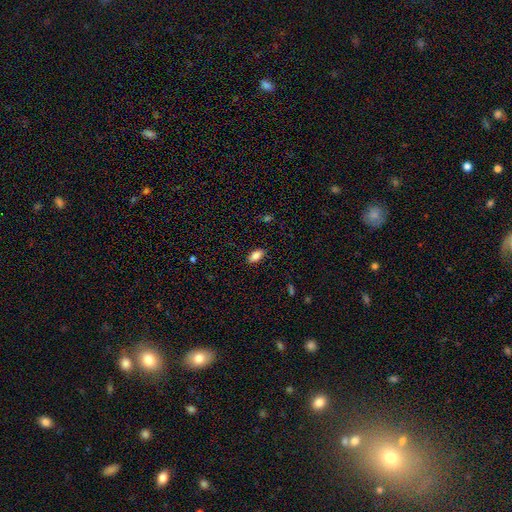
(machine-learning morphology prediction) Smooth or featured?
  - smooth: 86% *
  - star or artifact: 8%
  - featured or disk: 6%
How rounded?
  - in between: 91% *
  - round: 5%
  - cigar-shaped: 5%
Merging?
  - none: 86% *
  - minor disturbance: 10%
  - major disturbance: 2%
  - merger: 1%